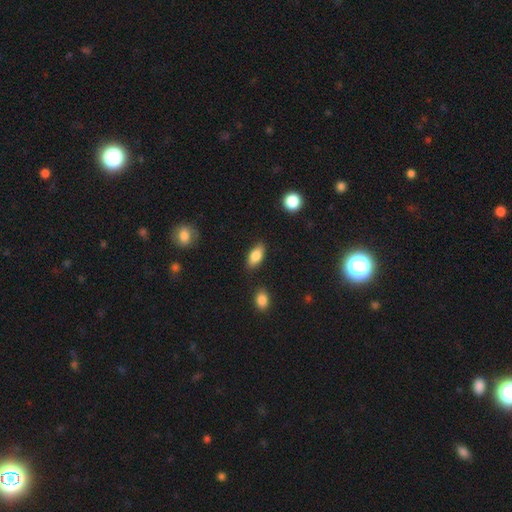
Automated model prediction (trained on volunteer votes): A smooth galaxy with no disk features (83%) that is in between round and cigar-shaped (87%).

Vote fractions:
- Smooth or featured? smooth: 83% / featured or disk: 10% / star or artifact: 7%
- How rounded? in between: 87% / cigar-shaped: 9% / round: 3%
- Merging? none: 83% / minor disturbance: 12% / major disturbance: 3% / merger: 2%